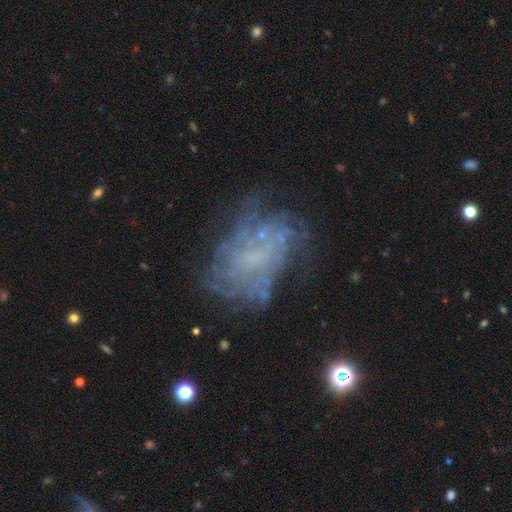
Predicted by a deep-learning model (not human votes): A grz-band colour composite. It shows a featured or disk galaxy (68%) with no bar (68%), spiral arms (54%) and no central bulge (53%). Merging: none (50%).